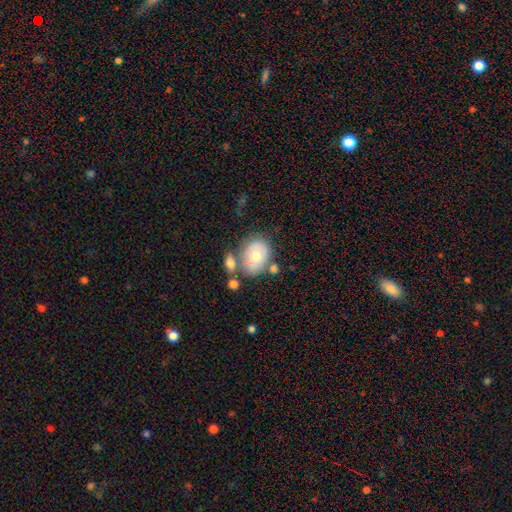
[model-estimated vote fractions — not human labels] Smooth or featured: smooth — 60% (featured or disk — 31%)
How rounded: in between — 56% (round — 43%)
Merging: none — 52% (merger — 23%)